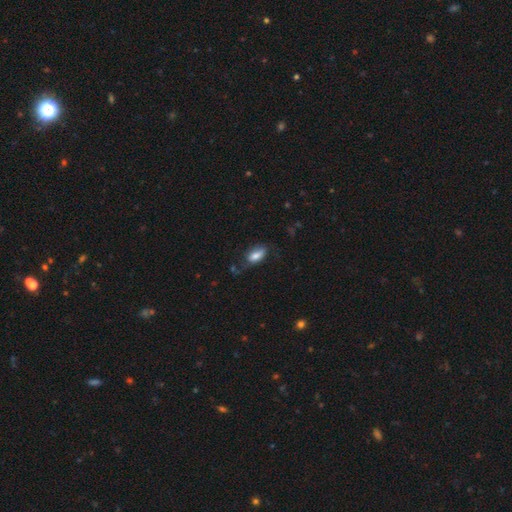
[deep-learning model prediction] Smooth or featured?
  - smooth: 77% *
  - featured or disk: 15%
  - star or artifact: 8%
How rounded?
  - in between: 87% *
  - cigar-shaped: 9%
  - round: 4%
Merging?
  - none: 54% *
  - minor disturbance: 30%
  - major disturbance: 14%
  - merger: 3%